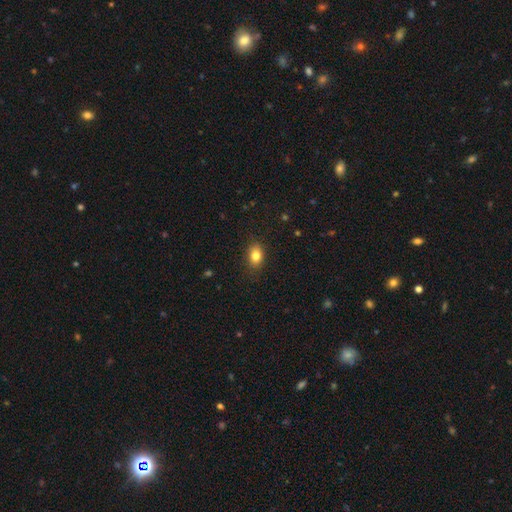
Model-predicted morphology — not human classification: Q: Smooth or featured?
A: smooth (82%); runner-up: star or artifact (10%)
Q: How rounded?
A: in between (77%); runner-up: round (21%)
Q: Merging?
A: none (86%); runner-up: minor disturbance (11%)